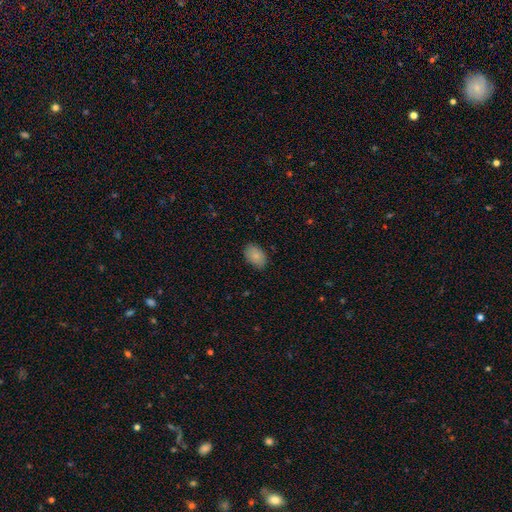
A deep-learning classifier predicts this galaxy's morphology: smooth 86%, star or artifact 7%, featured or disk 7%. Down the decision tree: how rounded — in between (86%); merging — none (84%).